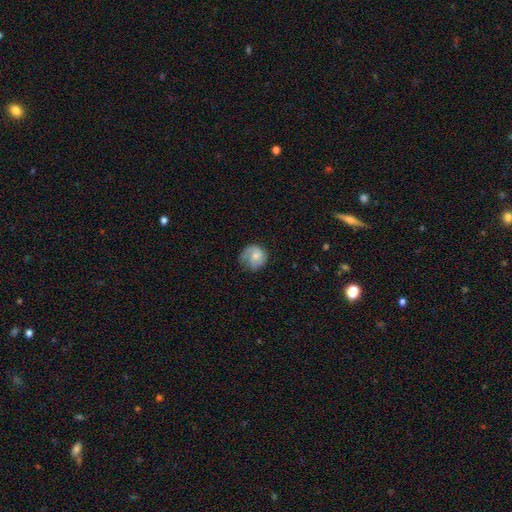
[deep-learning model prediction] The model was most divided on "smooth or featured": smooth: 50%, featured or disk: 43%, star or artifact: 7%. More confident: merging — none (57%).